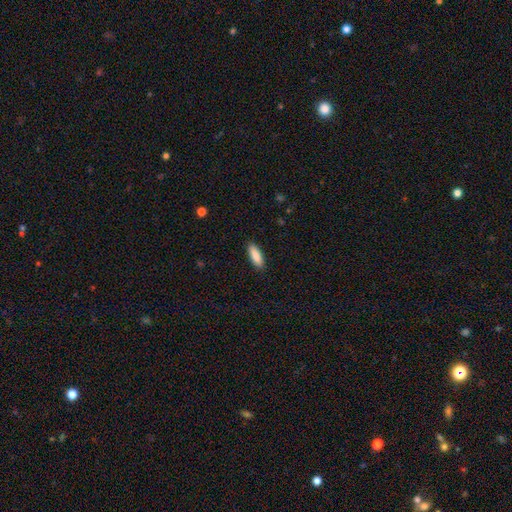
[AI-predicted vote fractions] The model was most divided on "how rounded": in between: 63%, cigar-shaped: 35%, round: 2%. More confident: merging — none (90%); smooth or featured — smooth (90%).